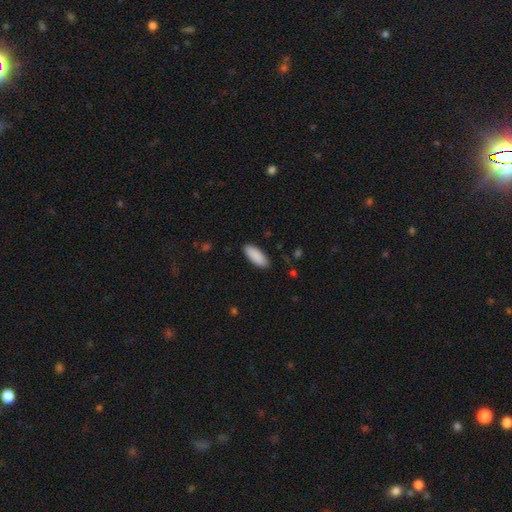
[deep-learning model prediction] Smooth or featured? smooth (90%)
How rounded? in between (77%)
Merging? none (88%)